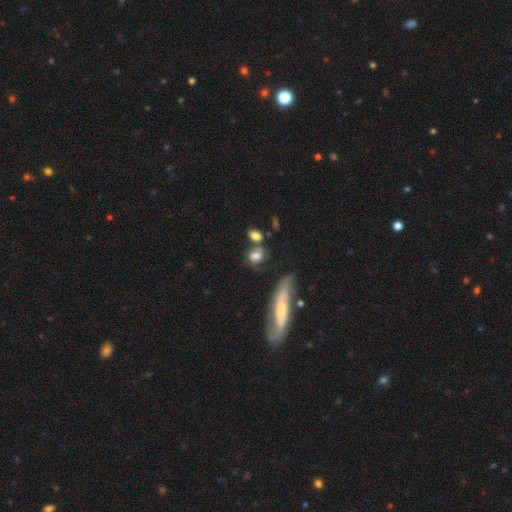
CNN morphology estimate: type=smooth (52%); roundness=in between (57%); merging=none (39%).